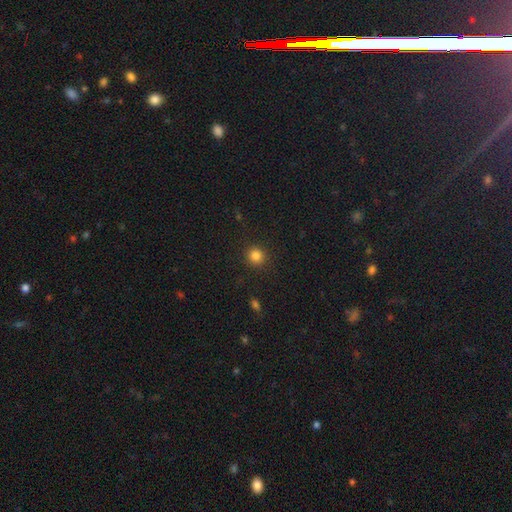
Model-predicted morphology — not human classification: This is clearly a smooth galaxy (84%). How rounded: clearly round (91%). Merging: clearly none (90%).